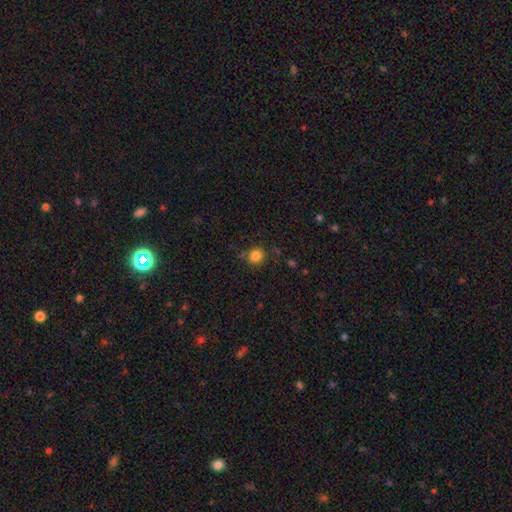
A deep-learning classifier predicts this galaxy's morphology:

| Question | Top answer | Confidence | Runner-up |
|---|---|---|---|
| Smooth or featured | smooth | 83% | star or artifact (12%) |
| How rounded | round | 85% | in between (14%) |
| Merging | none | 79% | minor disturbance (14%) |